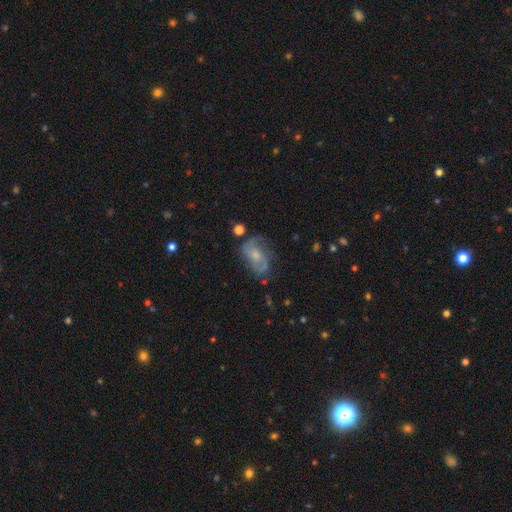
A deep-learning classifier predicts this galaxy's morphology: A featured or disk galaxy (67%) with no bar (62%), 2 (73%) medium (43%) spiral arms (84%) and a moderate central bulge (45%).

Vote fractions:
- Smooth or featured? featured or disk: 67% / smooth: 23% / star or artifact: 10%
- Edge-on disk? no: 96% / yes: 4%
- Bar? no: 62% / weak: 32% / strong: 6%
- Spiral arms? yes: 84% / no: 16%
- Spiral winding? medium: 43% / loose: 37% / tight: 19%
- Spiral arm count? 2: 73% / can't tell: 15% / 3: 5% / 1: 4% / 4: 2% / more than 4: 2%
- Bulge size? moderate: 45% / small: 44% / none: 6% / large: 4% / dominant: 1%
- Merging? none: 58% / minor disturbance: 24% / major disturbance: 15% / merger: 3%